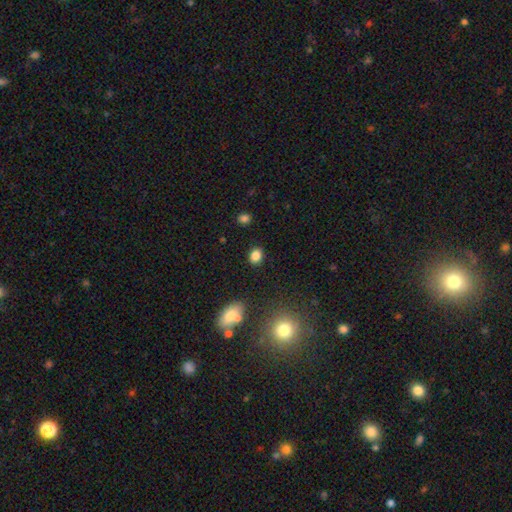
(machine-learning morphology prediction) Smooth or featured? smooth (84%)
How rounded? in between (54%)
Merging? none (86%)